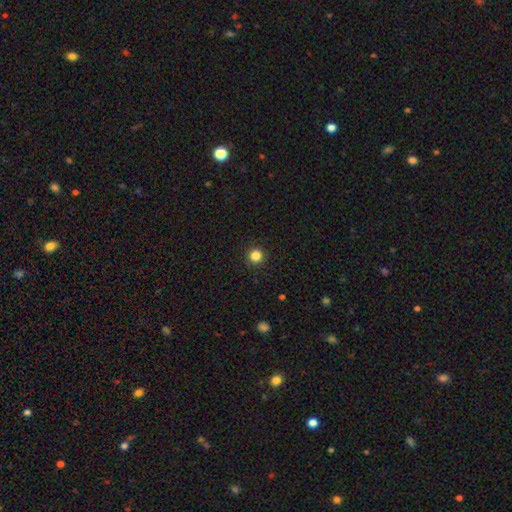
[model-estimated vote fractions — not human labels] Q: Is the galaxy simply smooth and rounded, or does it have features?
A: smooth — 84%.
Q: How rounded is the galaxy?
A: round — 95%.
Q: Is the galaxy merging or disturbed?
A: none — 93%.